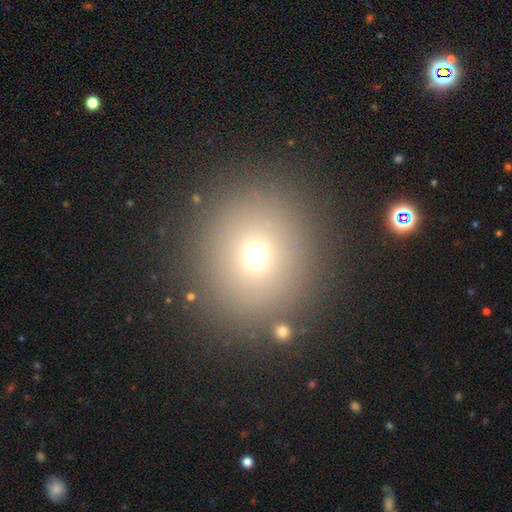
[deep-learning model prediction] A smooth galaxy with no disk features (68%) that is round (90%).

Vote fractions:
- Smooth or featured? smooth: 68% / star or artifact: 21% / featured or disk: 11%
- How rounded? round: 90% / in between: 9% / cigar-shaped: 1%
- Merging? none: 88% / minor disturbance: 6% / major disturbance: 3% / merger: 3%